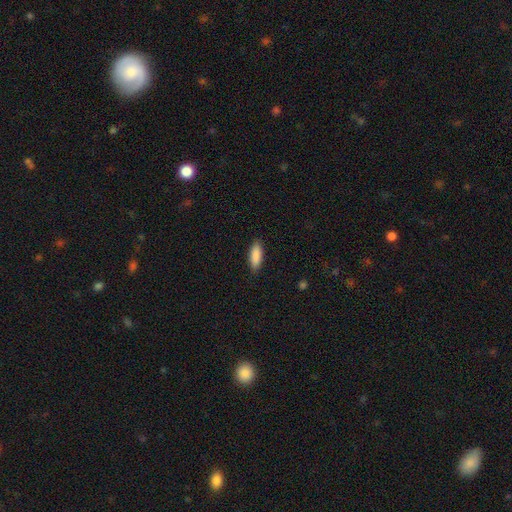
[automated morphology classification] Smooth or featured? smooth (89%)
How rounded? in between (65%)
Merging? none (88%)